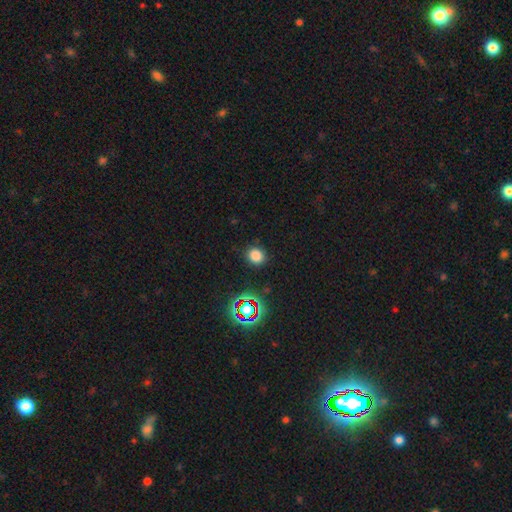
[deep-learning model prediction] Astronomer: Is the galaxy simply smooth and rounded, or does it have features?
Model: smooth — 77%.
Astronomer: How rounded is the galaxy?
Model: round — 80%.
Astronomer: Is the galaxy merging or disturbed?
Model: none — 88%.